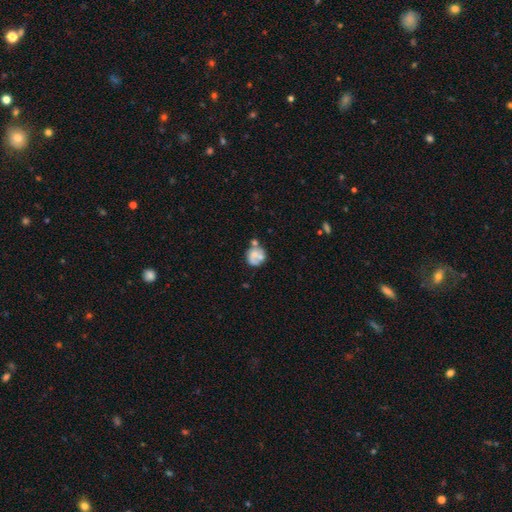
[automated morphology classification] type=smooth (49%); merging=none (39%).